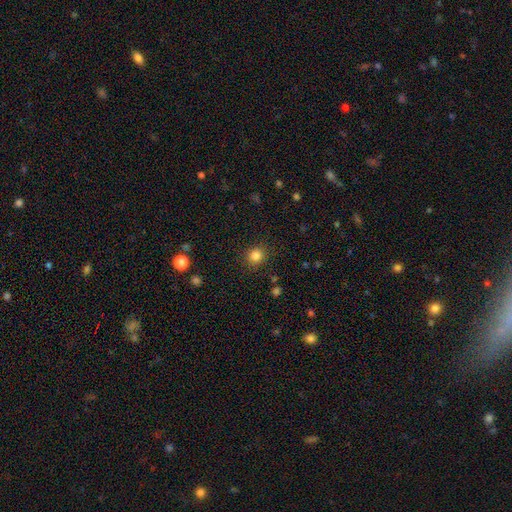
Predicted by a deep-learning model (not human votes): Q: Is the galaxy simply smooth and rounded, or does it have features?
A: smooth — 84%.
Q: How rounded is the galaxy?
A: round — 88%.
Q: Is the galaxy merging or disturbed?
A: none — 89%.